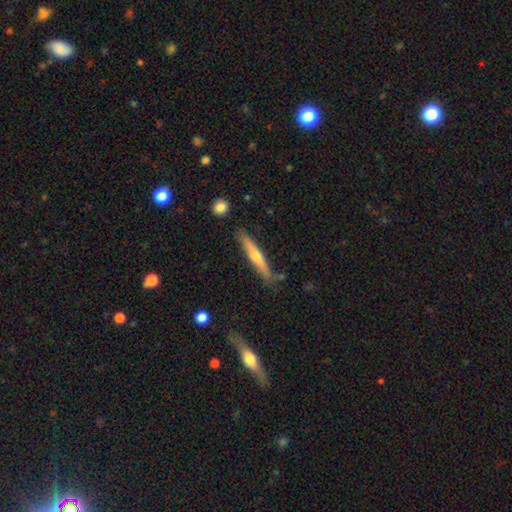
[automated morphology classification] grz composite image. It shows a featured or disk galaxy (60%) viewed edge-on (96%) with a rounded central bulge (82%). Merging: none (85%).